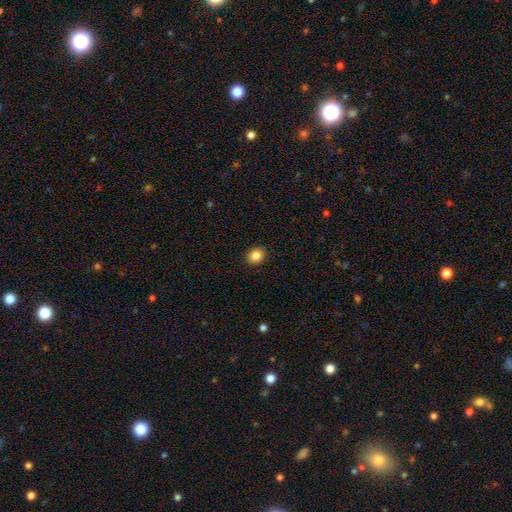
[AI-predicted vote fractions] smooth_or_featured: smooth (p=0.85) [alt: star or artifact p=0.10]
how_rounded: round (p=0.58) [alt: in between p=0.41]
merging: none (p=0.91) [alt: minor disturbance p=0.06]